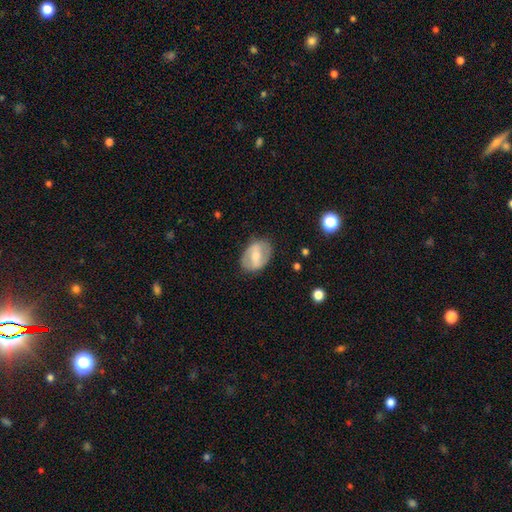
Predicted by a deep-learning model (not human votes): smooth-or-featured: featured or disk: 58% | smooth: 36% | star or artifact: 6%
  disk-edge-on: no: 94% | yes: 6%
    bar: strong: 46% | weak: 37% | no: 18%
    has-spiral-arms: yes: 51% | no: 49%
    bulge-size: moderate: 56% | small: 35% | large: 5% | none: 3% | dominant: 1%
  merging: none: 80% | minor disturbance: 14% | major disturbance: 5% | merger: 1%